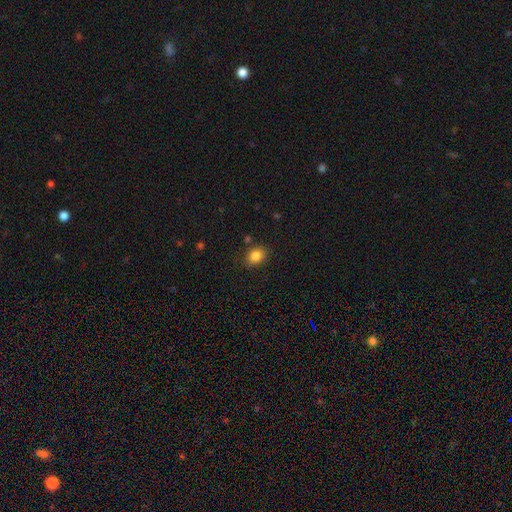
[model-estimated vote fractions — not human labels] Q: Smooth or featured?
A: smooth (85%); runner-up: star or artifact (10%)
Q: How rounded?
A: in between (55%); runner-up: round (44%)
Q: Merging?
A: none (82%); runner-up: minor disturbance (12%)